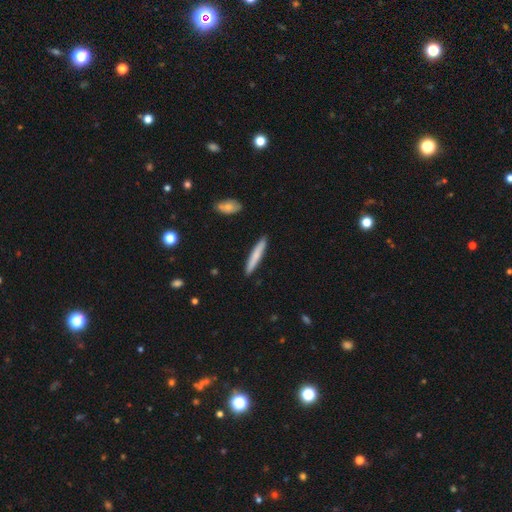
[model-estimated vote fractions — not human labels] This is likely a smooth galaxy (71%). How rounded: clearly cigar-shaped (94%). Merging: clearly none (91%).